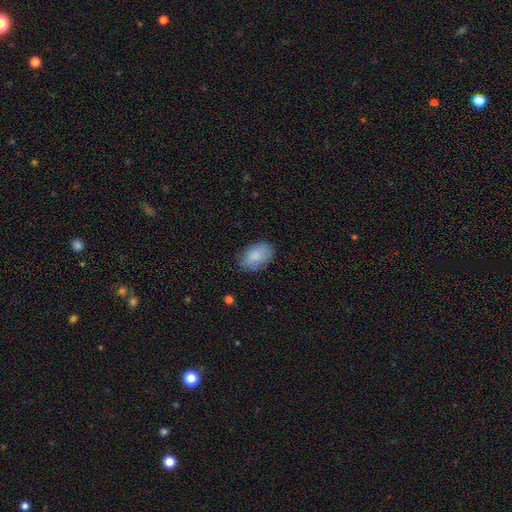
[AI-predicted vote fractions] Smooth or featured? smooth (86%)
How rounded? in between (89%)
Merging? none (79%)